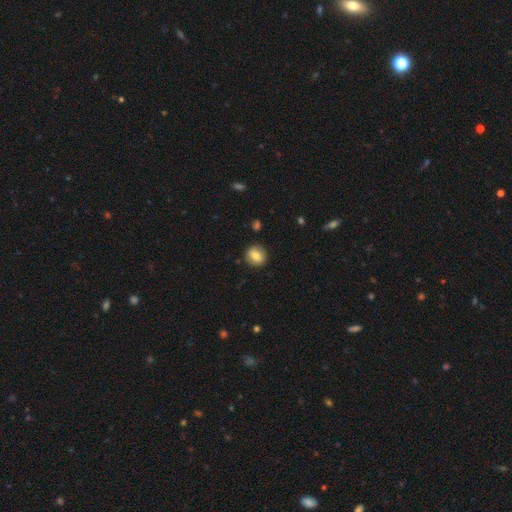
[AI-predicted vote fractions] This is likely a smooth galaxy (78%). How rounded: likely round (77%). Merging: clearly none (87%).